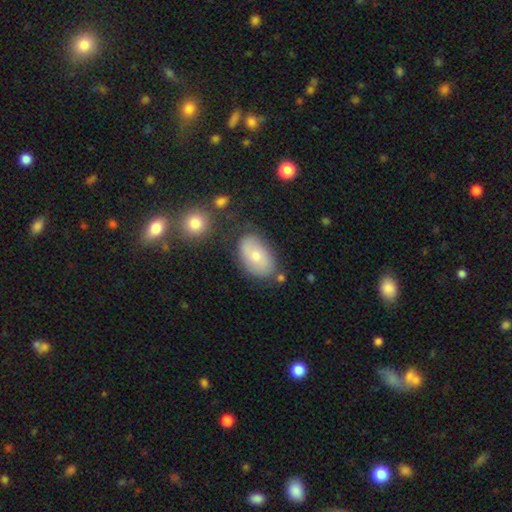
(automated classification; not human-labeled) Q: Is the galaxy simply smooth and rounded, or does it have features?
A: smooth — 67%.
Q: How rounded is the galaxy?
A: in between — 89%.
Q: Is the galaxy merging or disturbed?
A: none — 72%.